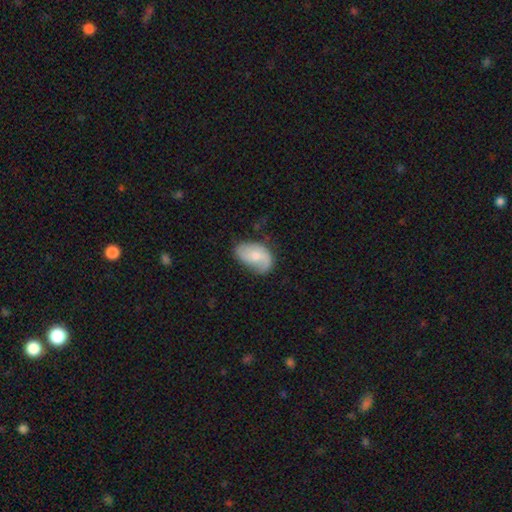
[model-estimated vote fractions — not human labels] Morphology: type=featured or disk (47%, tied with smooth); merging=none (57%).